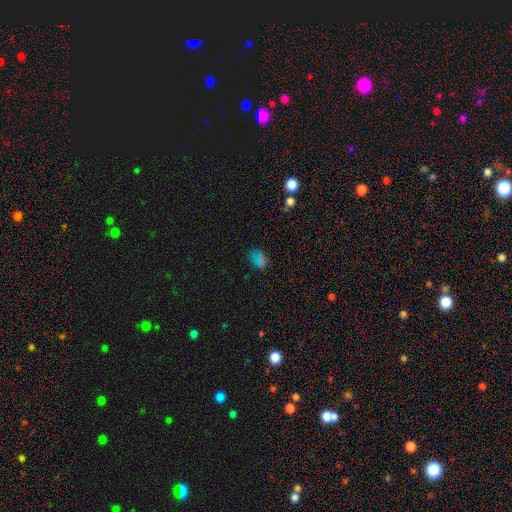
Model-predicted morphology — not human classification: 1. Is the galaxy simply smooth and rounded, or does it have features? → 47% smooth, 41% star or artifact, 13% featured or disk.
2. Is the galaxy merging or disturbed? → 67% none, 18% minor disturbance, 10% major disturbance, 4% merger.